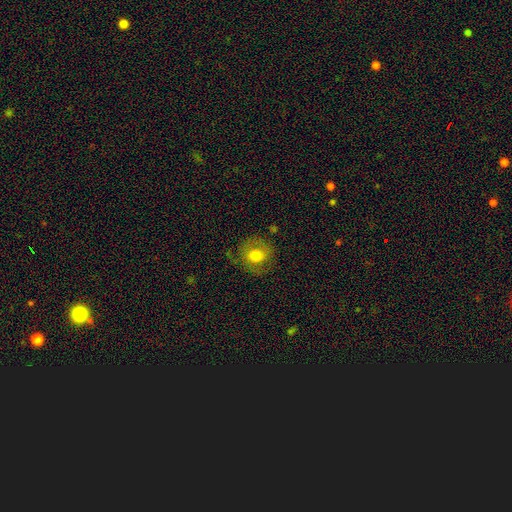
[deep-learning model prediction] This is likely a smooth galaxy (66%). How rounded: likely round (79%). Merging: likely none (74%).